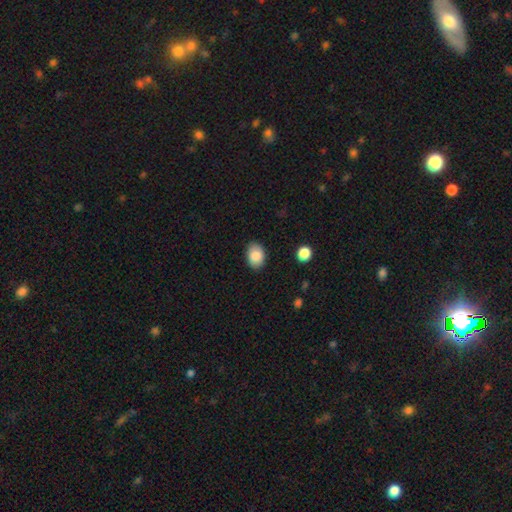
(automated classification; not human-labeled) Overall: smooth (86%). How rounded: in between (80%). Merging: none (86%).